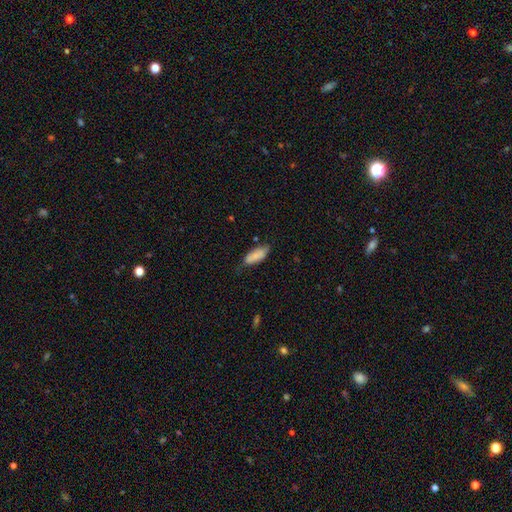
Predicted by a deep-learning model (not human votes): The model was most divided on "merging": none: 68%, minor disturbance: 25%, major disturbance: 4%, merger: 2%. More confident: smooth or featured — smooth (82%); how rounded — in between (76%).